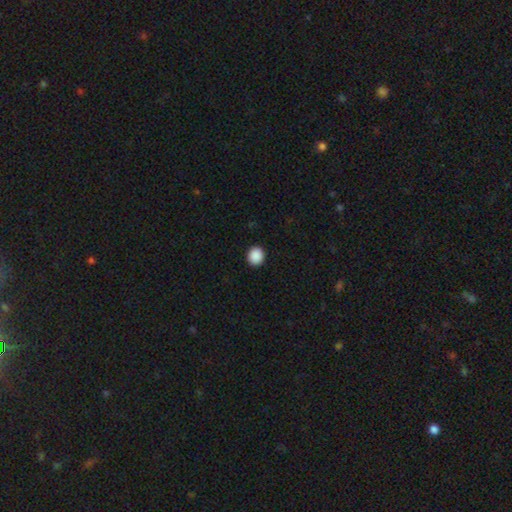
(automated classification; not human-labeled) The model was most divided on "how rounded": round: 88%, in between: 11%, cigar-shaped: 1%. More confident: merging — none (93%); smooth or featured — smooth (90%).